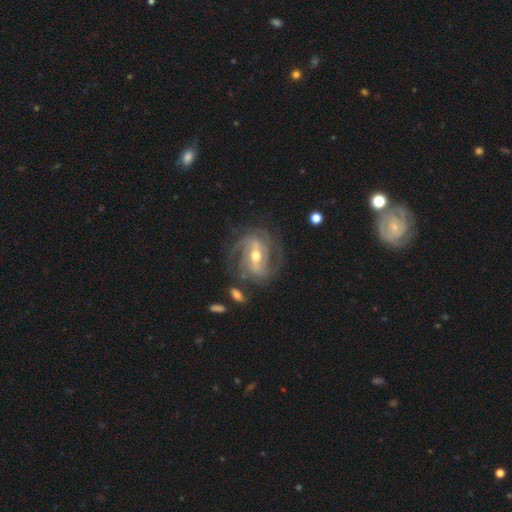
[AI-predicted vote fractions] Smooth or featured?
  - featured or disk: 89% *
  - smooth: 6%
  - star or artifact: 5%
Edge-on disk?
  - no: 96% *
  - yes: 4%
Bar?
  - strong: 54% *
  - weak: 34%
  - no: 12%
Spiral arms?
  - yes: 95% *
  - no: 5%
Spiral winding?
  - tight: 44% *
  - medium: 42%
  - loose: 14%
Spiral arm count?
  - 2: 47% *
  - 3: 25%
  - can't tell: 14%
  - 4: 6%
  - 1: 4%
  - more than 4: 3%
Bulge size?
  - moderate: 66% *
  - small: 29%
  - large: 4%
  - none: 1%
  - dominant: 1%
Merging?
  - none: 72% *
  - minor disturbance: 16%
  - major disturbance: 9%
  - merger: 4%